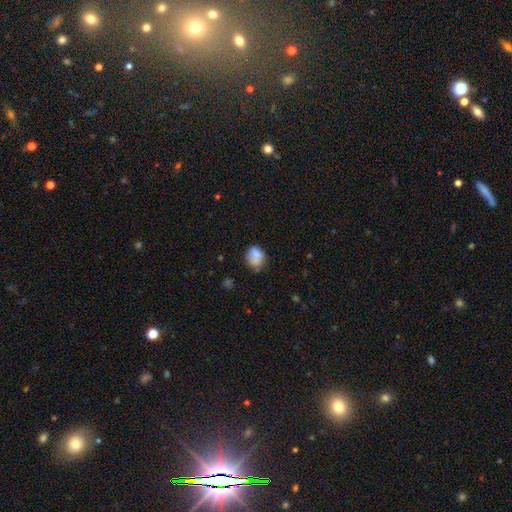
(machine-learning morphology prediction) A smooth galaxy with no disk features (76%) that is round (55%). Merging: none (55%).